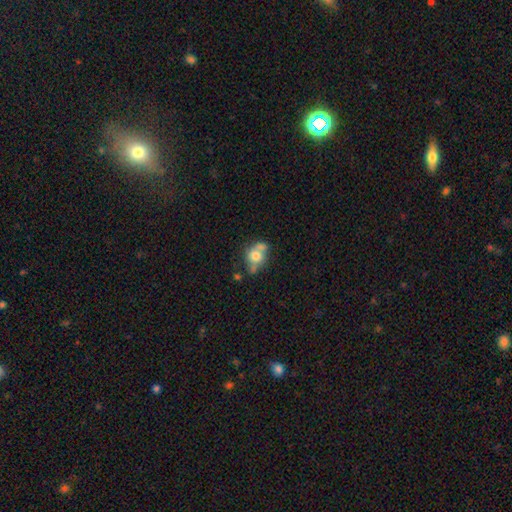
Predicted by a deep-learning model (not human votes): Q: Smooth or featured?
A: smooth (66%); runner-up: featured or disk (24%)
Q: How rounded?
A: round (60%); runner-up: in between (39%)
Q: Merging?
A: merger (37%); tied with: none (37%)